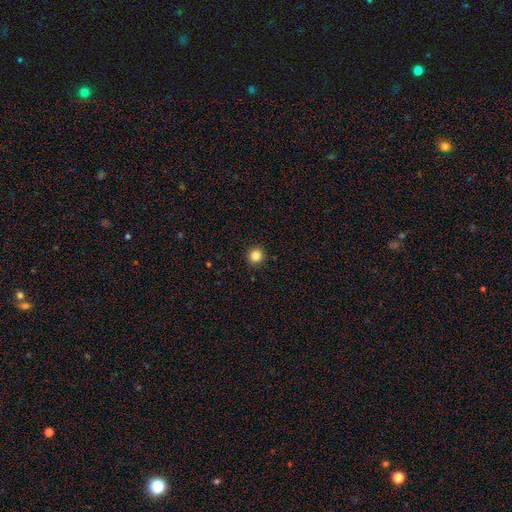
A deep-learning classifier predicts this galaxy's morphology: Q: Smooth or featured?
A: smooth (84%); runner-up: star or artifact (11%)
Q: How rounded?
A: round (93%); runner-up: in between (6%)
Q: Merging?
A: none (93%); runner-up: minor disturbance (5%)